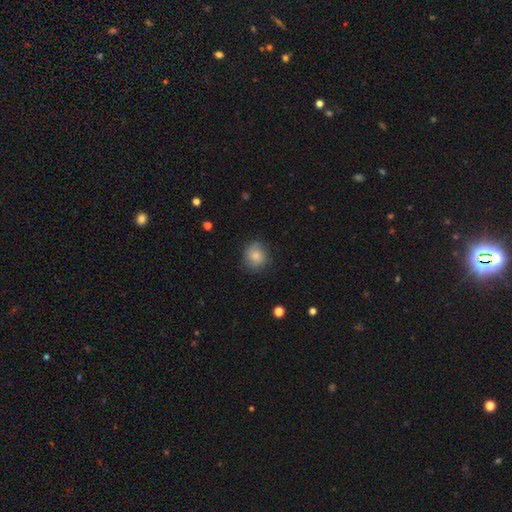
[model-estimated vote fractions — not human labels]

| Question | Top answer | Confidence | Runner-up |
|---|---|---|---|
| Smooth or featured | smooth | 78% | featured or disk (13%) |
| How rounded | round | 83% | in between (16%) |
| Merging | none | 75% | minor disturbance (19%) |